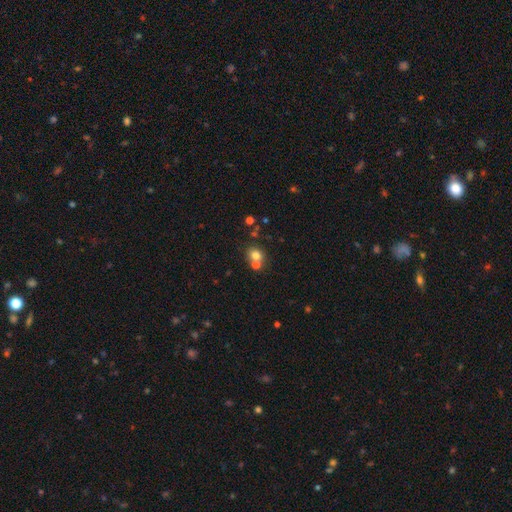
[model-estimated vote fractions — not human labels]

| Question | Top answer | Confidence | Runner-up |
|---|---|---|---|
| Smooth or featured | smooth | 74% | star or artifact (15%) |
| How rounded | round | 73% | in between (26%) |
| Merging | none | 53% | merger (36%) |